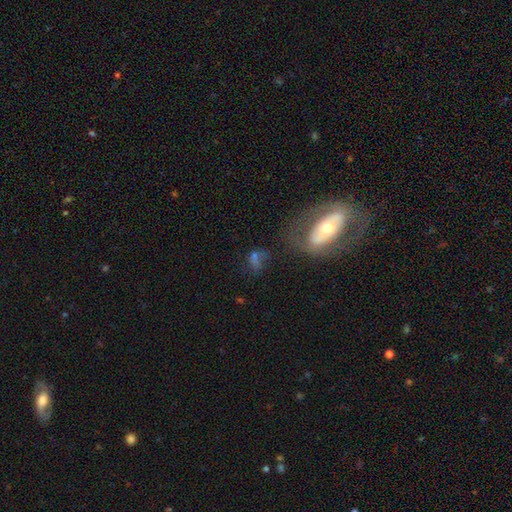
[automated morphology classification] This appears to be a featured or disk galaxy (48%). Merging: none (53%).